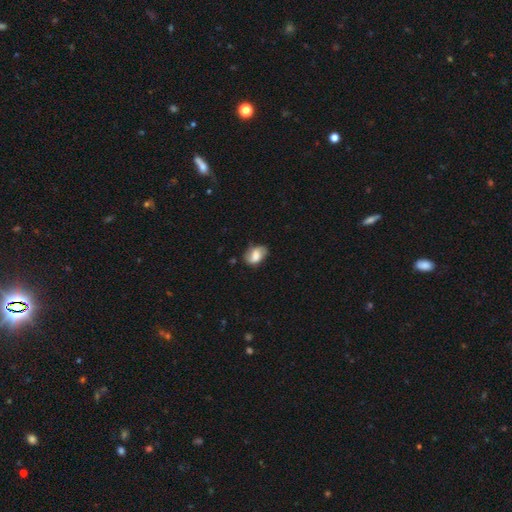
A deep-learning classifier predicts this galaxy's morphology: Smooth or featured?
  - smooth: 64% *
  - featured or disk: 28%
  - star or artifact: 8%
How rounded?
  - in between: 83% *
  - round: 15%
  - cigar-shaped: 2%
Merging?
  - none: 58% *
  - minor disturbance: 30%
  - major disturbance: 9%
  - merger: 3%